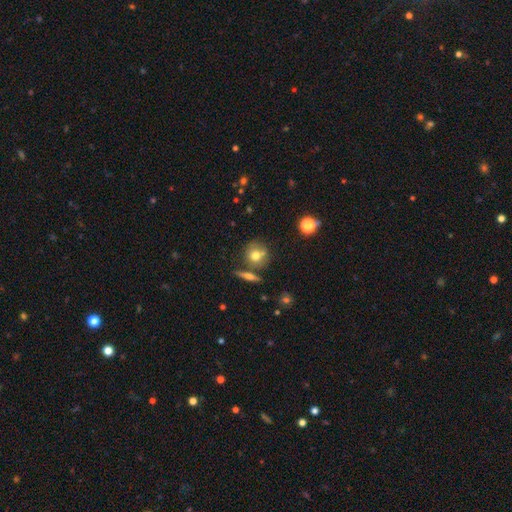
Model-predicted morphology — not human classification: This appears to be a smooth galaxy with no disk features (68%) that is round (85%). Merging: none (62%).